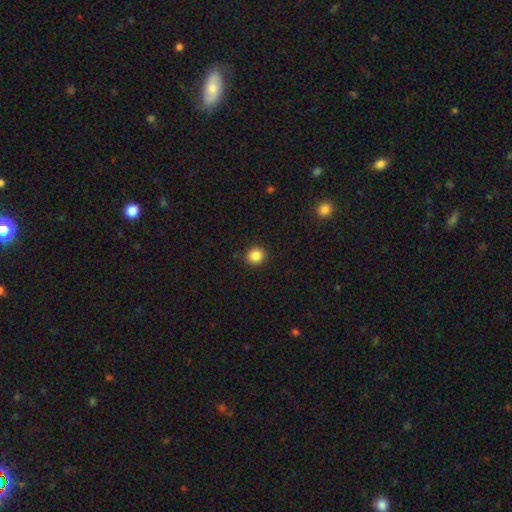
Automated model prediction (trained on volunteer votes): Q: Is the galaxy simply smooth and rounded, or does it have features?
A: smooth — 86%.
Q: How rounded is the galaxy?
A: round — 89%.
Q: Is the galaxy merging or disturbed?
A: none — 91%.